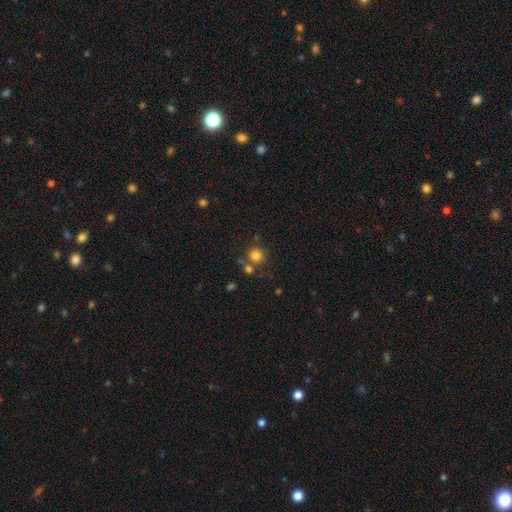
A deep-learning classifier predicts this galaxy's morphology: smooth 80%, star or artifact 13%, featured or disk 7%. Down the decision tree: how rounded — round (91%); merging — none (70%).